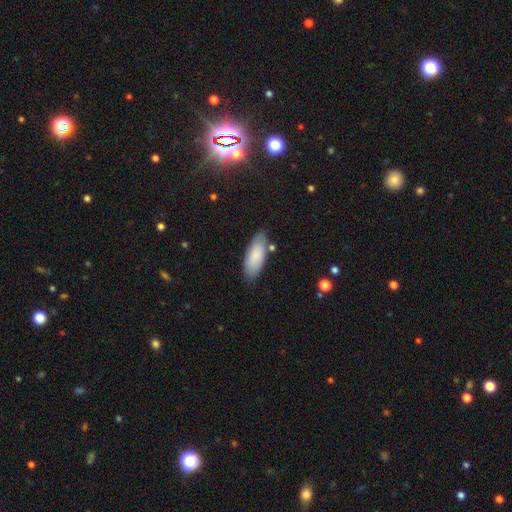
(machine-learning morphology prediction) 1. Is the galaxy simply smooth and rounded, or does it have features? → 86% smooth, 9% featured or disk, 6% star or artifact.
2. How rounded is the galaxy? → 79% in between, 20% cigar-shaped, 2% round.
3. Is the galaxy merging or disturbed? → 78% none, 16% minor disturbance, 4% merger, 3% major disturbance.